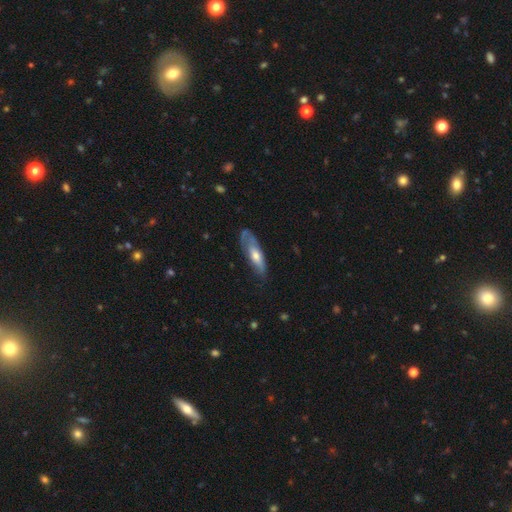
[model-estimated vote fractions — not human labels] smooth 48%, featured or disk 46%, star or artifact 5%. Down the decision tree: merging — none (54%).